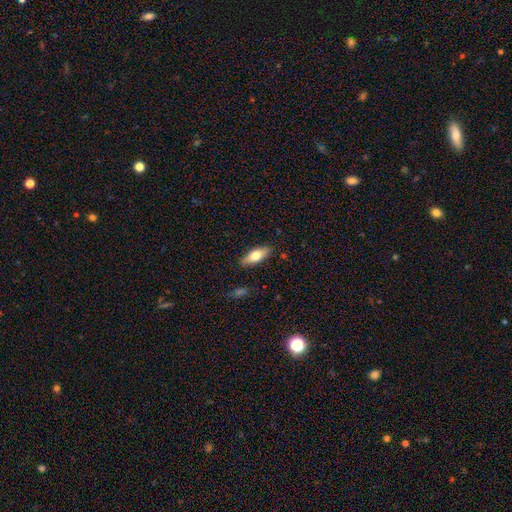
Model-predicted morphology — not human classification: Smooth or featured? smooth (67%)
How rounded? in between (71%)
Merging? none (86%)